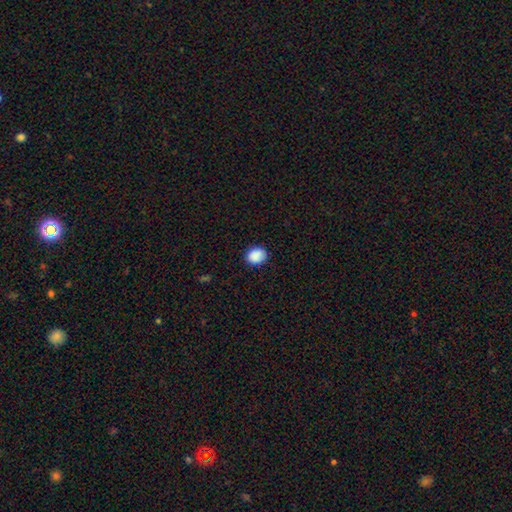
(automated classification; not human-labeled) Overall: smooth (89%). How rounded: round (59%; in between 40%). Merging: none (87%).